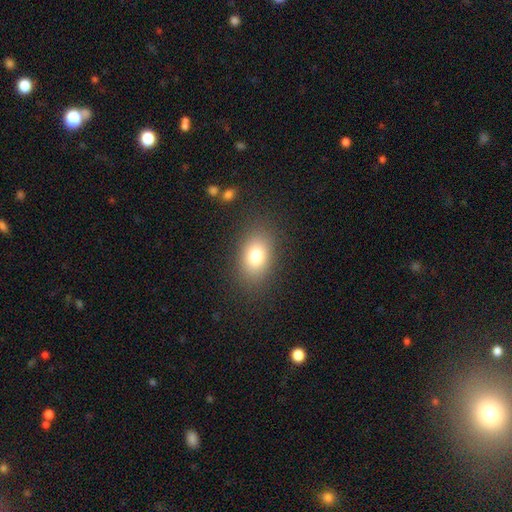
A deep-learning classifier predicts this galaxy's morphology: smooth_or_featured: smooth (p=0.77) [alt: star or artifact p=0.12]
how_rounded: in between (p=0.77) [alt: round p=0.22]
merging: none (p=0.85) [alt: minor disturbance p=0.09]